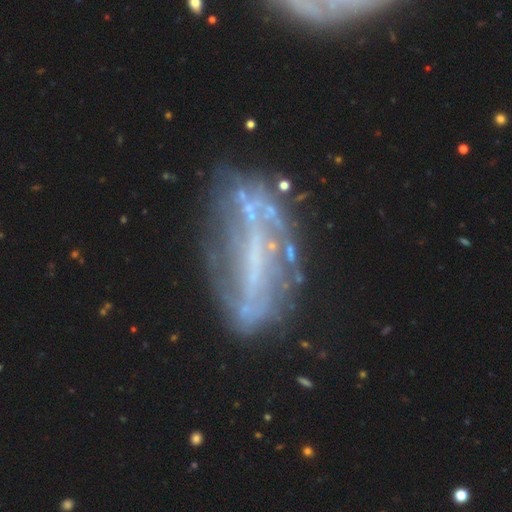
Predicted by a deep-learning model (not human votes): This is likely a featured or disk galaxy (68%). It is likely not viewed edge-on (79%). Bar: possibly strong (46%). Spiral arm pattern: possibly no (55%). Central bulge: likely none (67%). Merging: possibly none (50%).